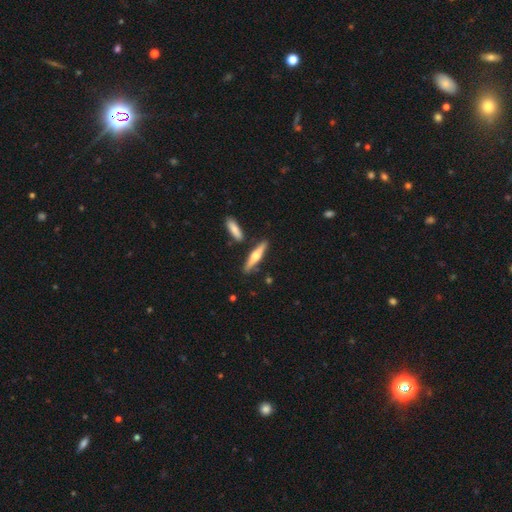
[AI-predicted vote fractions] Smooth or featured? Predicted: featured or disk (p=0.54). Edge-on disk? Predicted: yes (p=0.95). Edge-on bulge? Predicted: rounded (p=0.90). Merging? Predicted: none (p=0.81).